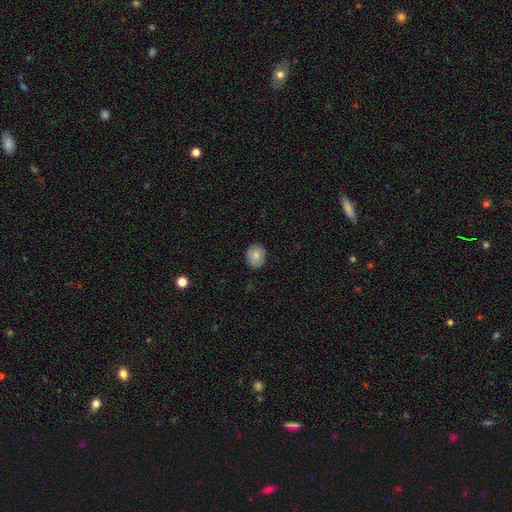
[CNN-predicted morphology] type=smooth (80%); roundness=round (64%); merging=none (82%).